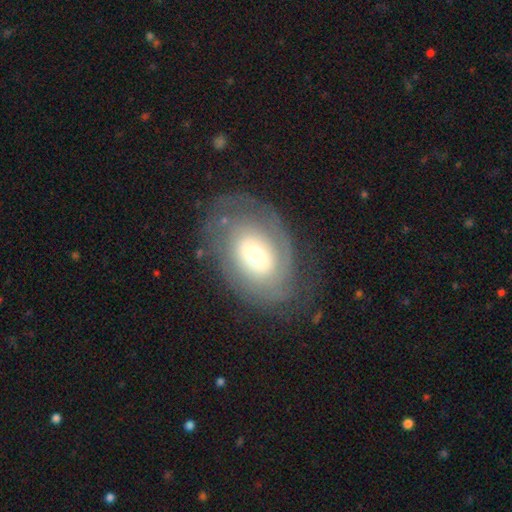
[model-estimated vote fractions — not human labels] Smooth or featured?
  - featured or disk: 69% *
  - smooth: 24%
  - star or artifact: 7%
Edge-on disk?
  - no: 95% *
  - yes: 5%
Bar?
  - no: 72% *
  - weak: 21%
  - strong: 6%
Spiral arms?
  - yes: 68% *
  - no: 32%
Bulge size?
  - moderate: 56% *
  - small: 32%
  - large: 9%
  - dominant: 2%
  - none: 1%
Merging?
  - none: 70% *
  - minor disturbance: 17%
  - major disturbance: 11%
  - merger: 2%